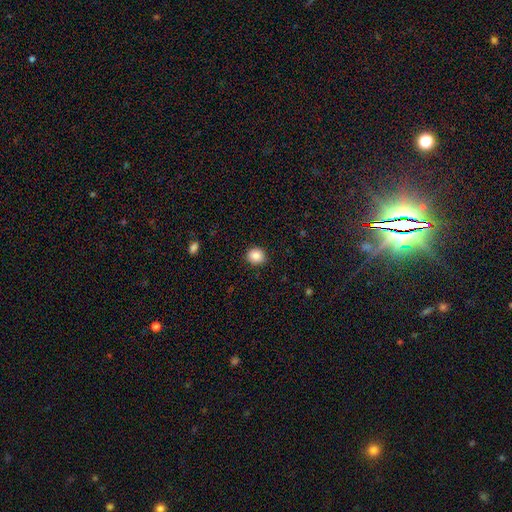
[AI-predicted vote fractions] smooth_or_featured: smooth (p=0.86) [alt: star or artifact p=0.09]
how_rounded: round (p=0.83) [alt: in between p=0.16]
merging: none (p=0.91) [alt: minor disturbance p=0.06]